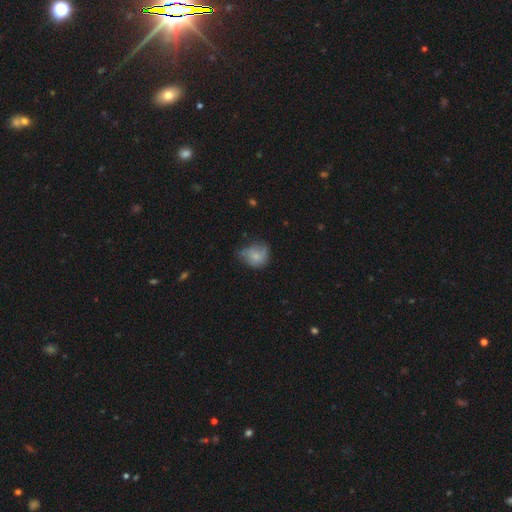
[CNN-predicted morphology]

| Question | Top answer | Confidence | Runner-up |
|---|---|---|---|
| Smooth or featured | smooth | 61% | featured or disk (31%) |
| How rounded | round | 60% | in between (39%) |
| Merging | none | 44% | minor disturbance (38%) |